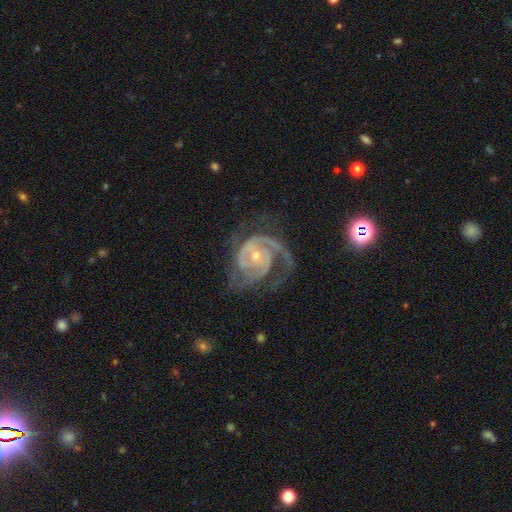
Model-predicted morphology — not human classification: Smooth or featured? featured or disk (92%)
Edge-on disk? no (98%)
Bar? no (64%)
Spiral arms? yes (98%)
Spiral winding? tight (54%)
Spiral arm count? 2 (47%)
Bulge size? small (58%)
Merging? none (56%)